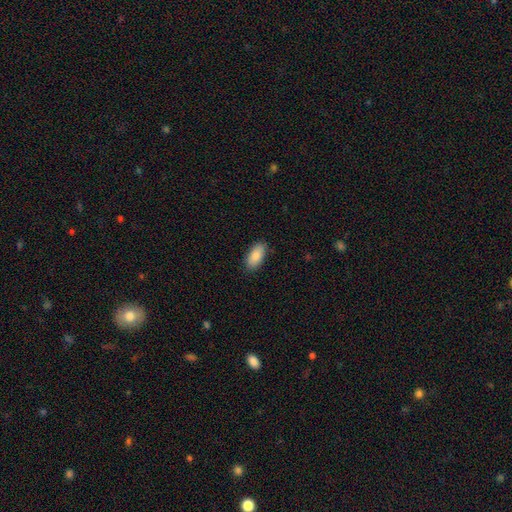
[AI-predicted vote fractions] Smooth or featured: smooth — 86% (featured or disk — 7%)
How rounded: in between — 92% (cigar-shaped — 5%)
Merging: none — 87% (minor disturbance — 10%)